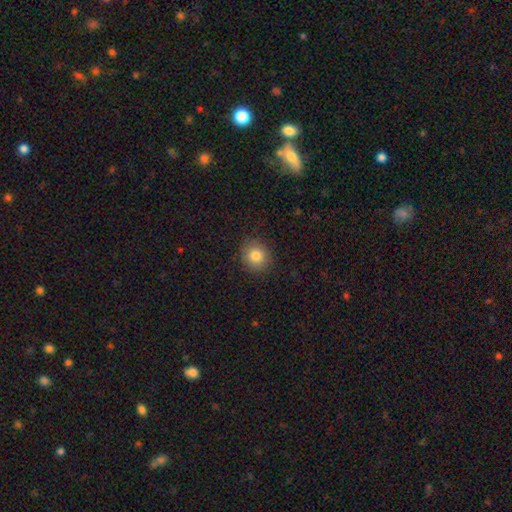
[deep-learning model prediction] Q: Smooth or featured?
A: smooth (82%); runner-up: star or artifact (11%)
Q: How rounded?
A: round (83%); runner-up: in between (16%)
Q: Merging?
A: none (89%); runner-up: minor disturbance (8%)